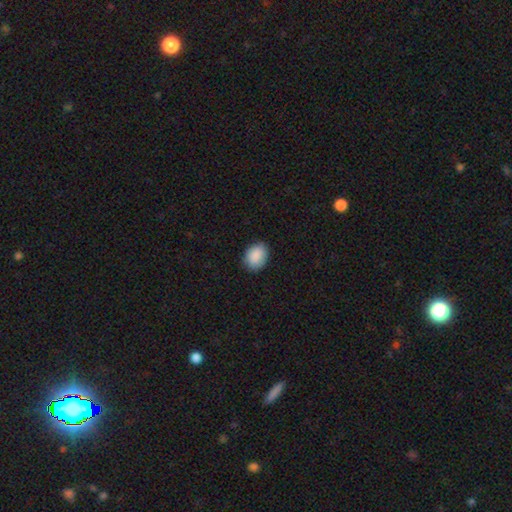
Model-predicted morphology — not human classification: Smooth or featured: smooth — 90% (star or artifact — 7%)
How rounded: in between — 68% (round — 31%)
Merging: none — 84% (minor disturbance — 12%)